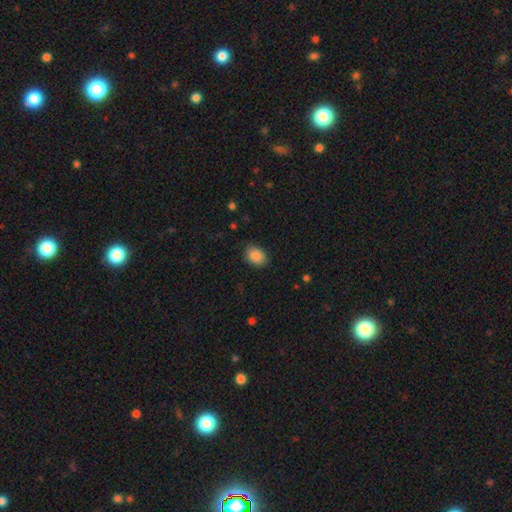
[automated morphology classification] Overall: smooth (88%). How rounded: in between (70%). Merging: none (84%).